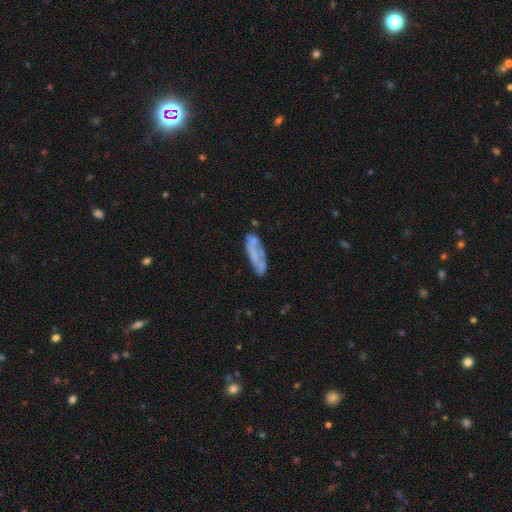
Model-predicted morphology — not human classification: Smooth or featured: smooth — 51% (featured or disk — 40%)
How rounded: cigar-shaped — 55% (in between — 43%)
Merging: none — 58% (minor disturbance — 24%)